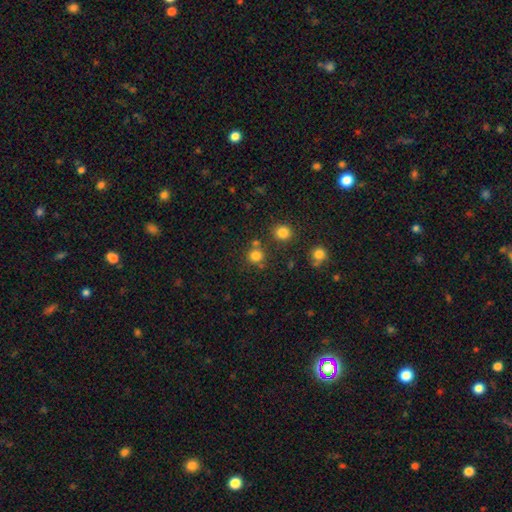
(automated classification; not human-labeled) smooth_or_featured: smooth (p=0.79) [alt: star or artifact p=0.15]
how_rounded: round (p=0.90) [alt: in between p=0.09]
merging: none (p=0.73) [alt: merger p=0.15]